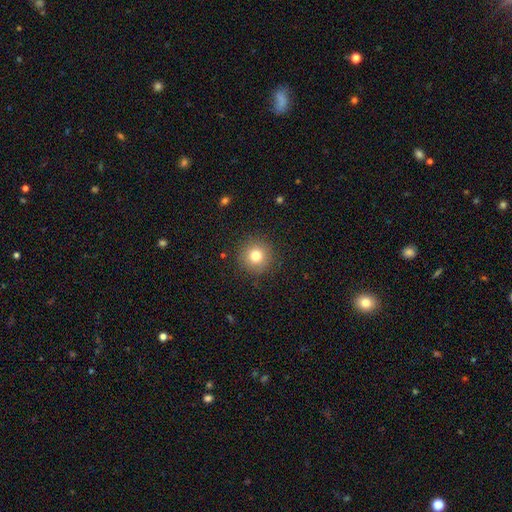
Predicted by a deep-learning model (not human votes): This is likely a smooth galaxy (79%). How rounded: clearly round (95%). Merging: clearly none (90%).